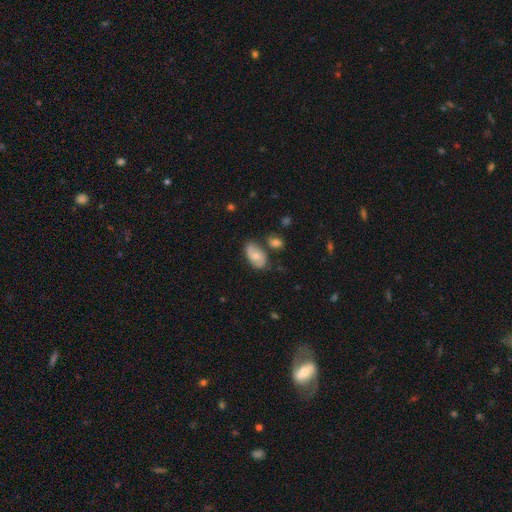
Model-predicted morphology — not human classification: Smooth or featured? smooth (52%)
How rounded? in between (92%)
Merging? none (65%)